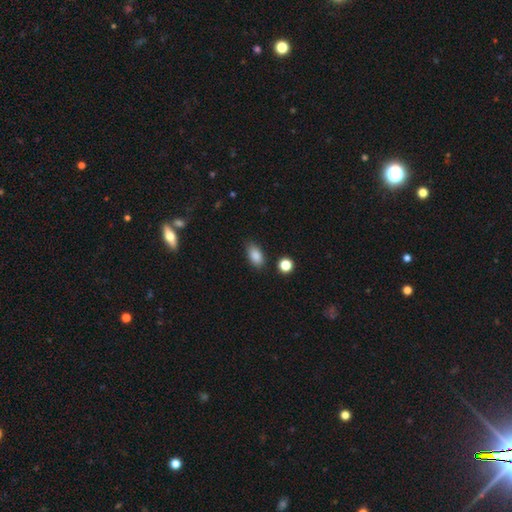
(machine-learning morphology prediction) Smooth or featured? smooth (86%)
How rounded? in between (89%)
Merging? none (81%)